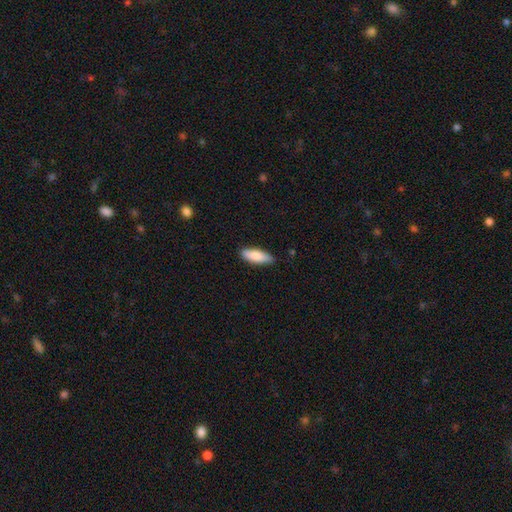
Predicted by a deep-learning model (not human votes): Overall: smooth (83%). How rounded: in between (62%; cigar-shaped 36%). Merging: none (84%).